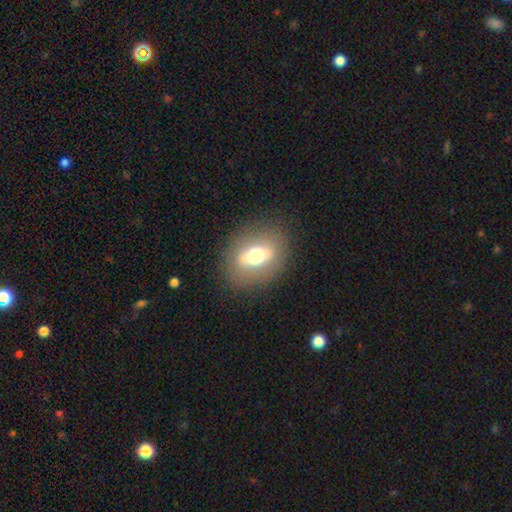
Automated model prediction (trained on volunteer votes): A smooth galaxy with no disk features (51%) that is in between round and cigar-shaped (58%). Merging: none (85%).